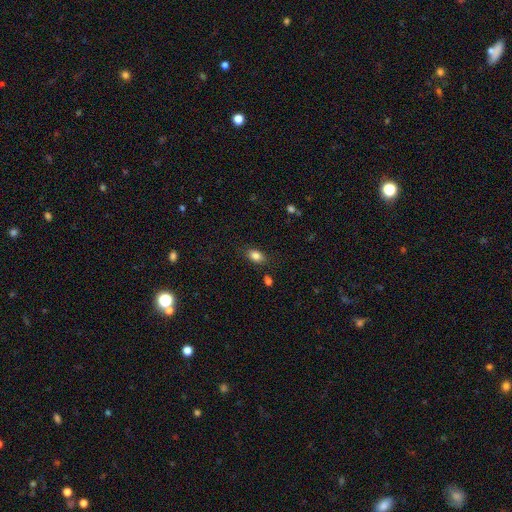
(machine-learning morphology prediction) smooth_or_featured: smooth (p=0.84) [alt: star or artifact p=0.10]
how_rounded: in between (p=0.84) [alt: round p=0.14]
merging: none (p=0.82) [alt: minor disturbance p=0.12]